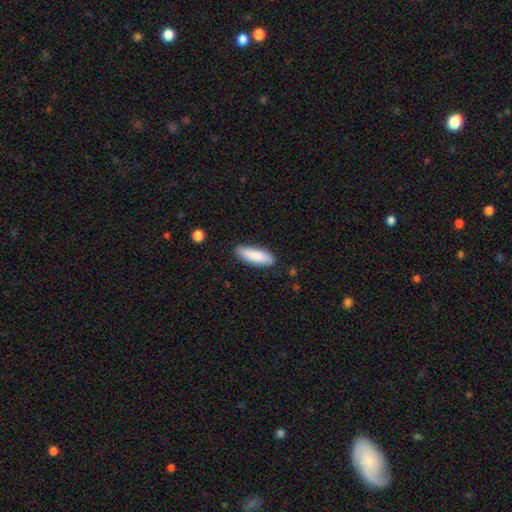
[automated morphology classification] Smooth or featured? Predicted: smooth (p=0.86). How rounded? Predicted: in between (p=0.49, tied with cigar-shaped). Merging? Predicted: none (p=0.86).